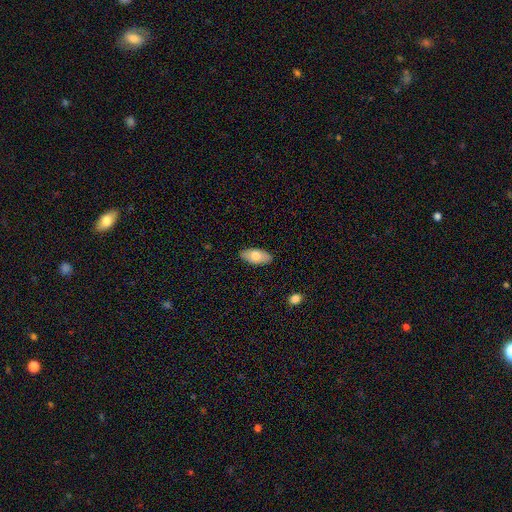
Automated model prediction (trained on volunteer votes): The model was most divided on "smooth or featured": smooth: 74%, featured or disk: 20%, star or artifact: 6%. More confident: how rounded — in between (91%); merging — none (88%).